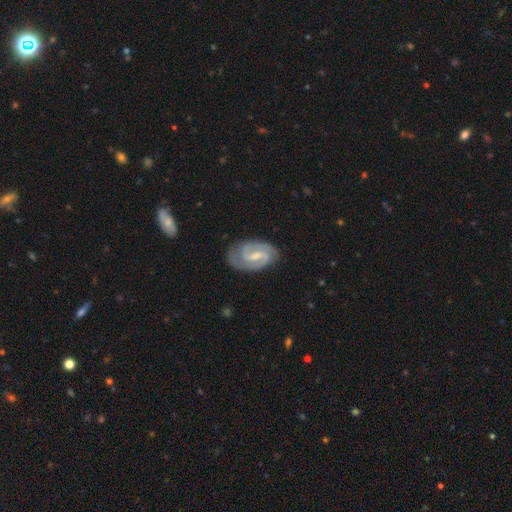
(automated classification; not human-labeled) smooth_or_featured: featured or disk (p=0.90) [alt: smooth p=0.06]
disk_edge_on: no (p=0.97) [alt: yes p=0.03]
bar: weak (p=0.53) [alt: strong p=0.32]
has_spiral_arms: yes (p=0.98) [alt: no p=0.02]
spiral_winding: medium (p=0.47) [alt: tight p=0.44]
spiral_arm_count: 2 (p=0.91) [alt: can't tell p=0.03]
bulge_size: small (p=0.50) [alt: moderate p=0.31]
merging: none (p=0.81) [alt: minor disturbance p=0.14]